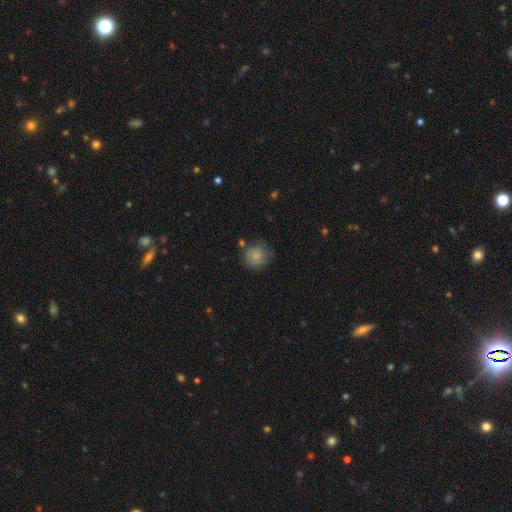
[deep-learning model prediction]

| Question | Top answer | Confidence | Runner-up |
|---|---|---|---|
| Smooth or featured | smooth | 82% | featured or disk (10%) |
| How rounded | round | 90% | in between (9%) |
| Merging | none | 69% | minor disturbance (20%) |